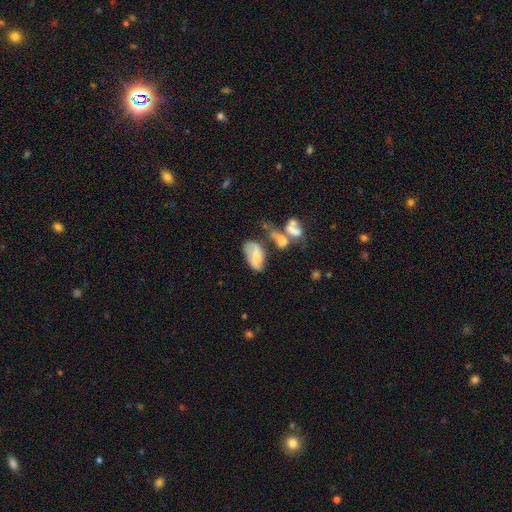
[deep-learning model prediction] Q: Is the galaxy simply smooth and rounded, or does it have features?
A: smooth — 50%.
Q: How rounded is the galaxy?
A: in between — 91%.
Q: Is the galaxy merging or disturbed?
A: merger — 33%.